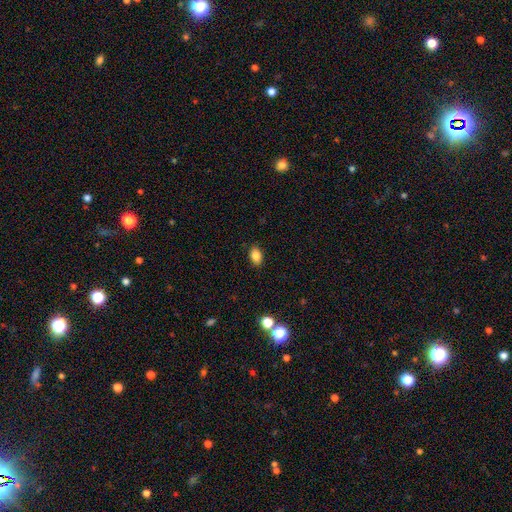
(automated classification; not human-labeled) A smooth galaxy with no disk features (85%) that is in between round and cigar-shaped (85%).

Vote fractions:
- Smooth or featured? smooth: 85% / star or artifact: 10% / featured or disk: 5%
- How rounded? in between: 85% / round: 13% / cigar-shaped: 1%
- Merging? none: 88% / minor disturbance: 9% / major disturbance: 2% / merger: 1%